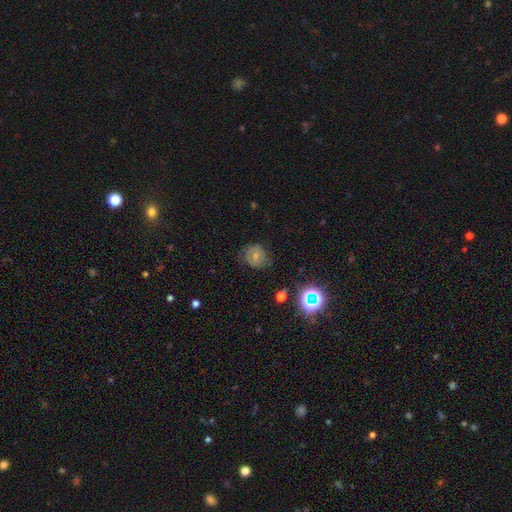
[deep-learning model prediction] Overall: smooth (42%, tied with featured or disk). Merging: none (68%).